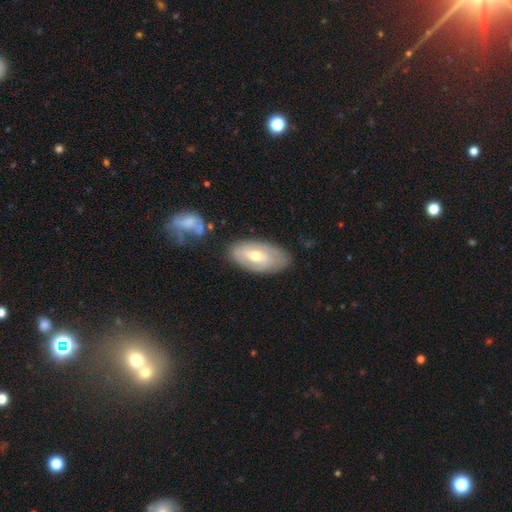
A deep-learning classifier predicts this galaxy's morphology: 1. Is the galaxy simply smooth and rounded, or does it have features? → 58% featured or disk, 36% smooth, 6% star or artifact.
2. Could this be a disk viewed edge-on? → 89% no, 11% yes.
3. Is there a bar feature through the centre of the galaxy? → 43% no, 40% weak, 17% strong.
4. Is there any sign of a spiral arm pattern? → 62% yes, 38% no.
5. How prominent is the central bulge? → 63% moderate, 33% small, 3% large, 1% none, 1% dominant.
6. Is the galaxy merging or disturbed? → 77% none, 16% minor disturbance, 4% major disturbance, 4% merger.